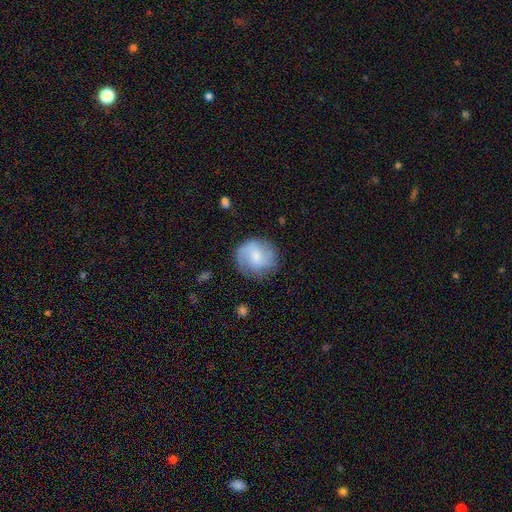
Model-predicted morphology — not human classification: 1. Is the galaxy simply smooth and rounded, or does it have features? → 50% smooth, 42% featured or disk, 7% star or artifact.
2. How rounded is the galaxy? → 85% round, 14% in between, 1% cigar-shaped.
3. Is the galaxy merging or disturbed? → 74% none, 17% minor disturbance, 7% major disturbance, 2% merger.